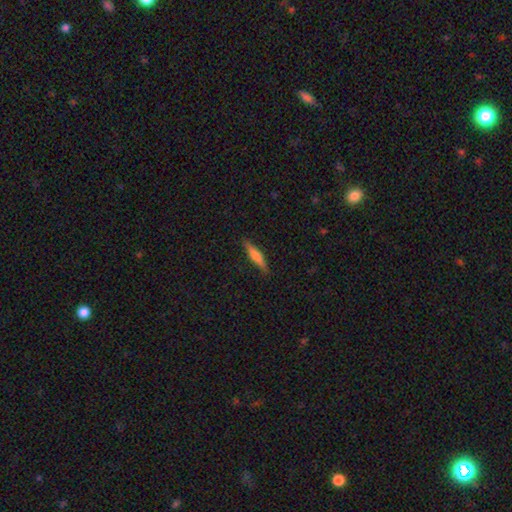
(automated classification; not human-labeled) Morphology: type=smooth (48%); merging=none (89%).